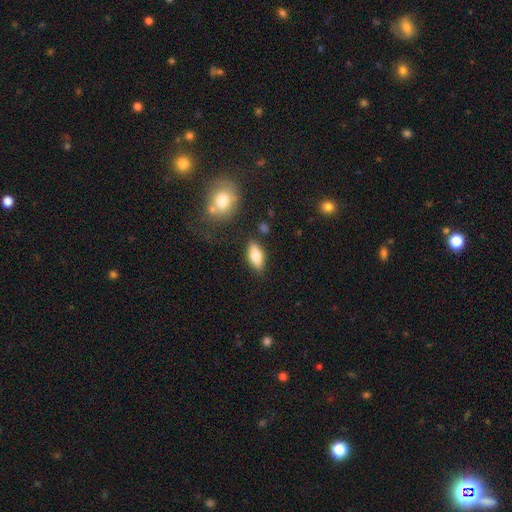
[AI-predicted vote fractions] Smooth or featured? smooth (72%)
How rounded? in between (81%)
Merging? none (82%)